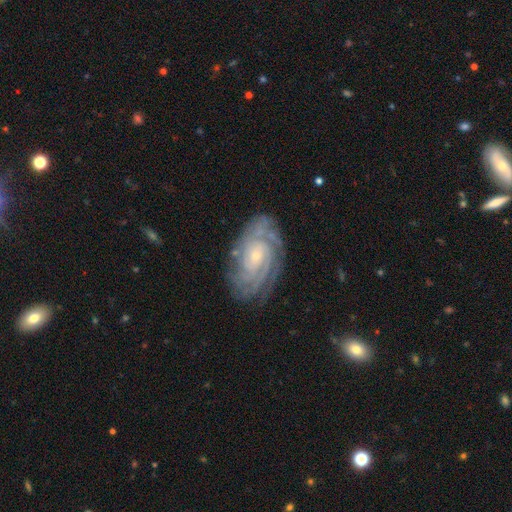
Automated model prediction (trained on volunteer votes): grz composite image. It shows a featured or disk galaxy (87%) with no bar (70%), tight (79%) spiral arms (97%) and a small central bulge (75%). Merging: none (78%).